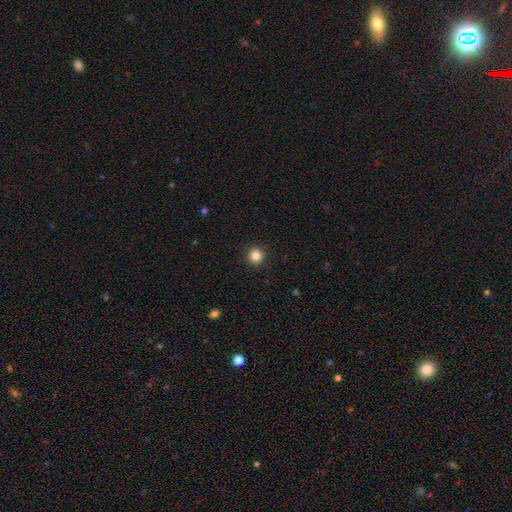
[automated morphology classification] Q: Smooth or featured?
A: smooth (85%); runner-up: star or artifact (12%)
Q: How rounded?
A: round (95%); runner-up: in between (4%)
Q: Merging?
A: none (93%); runner-up: minor disturbance (4%)